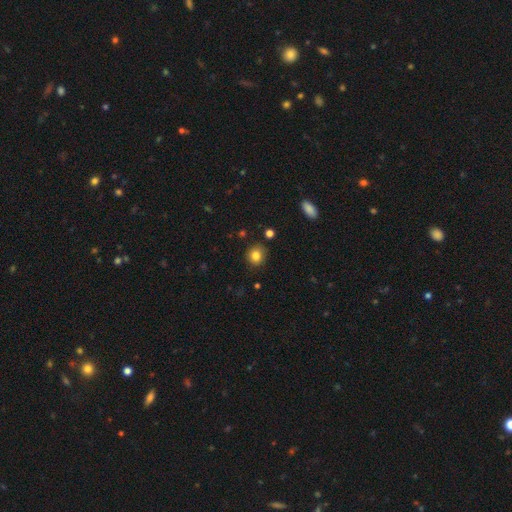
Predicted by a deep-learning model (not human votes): Smooth or featured?
  - smooth: 83% *
  - star or artifact: 11%
  - featured or disk: 6%
How rounded?
  - round: 83% *
  - in between: 16%
  - cigar-shaped: 1%
Merging?
  - none: 87% *
  - minor disturbance: 9%
  - major disturbance: 2%
  - merger: 2%